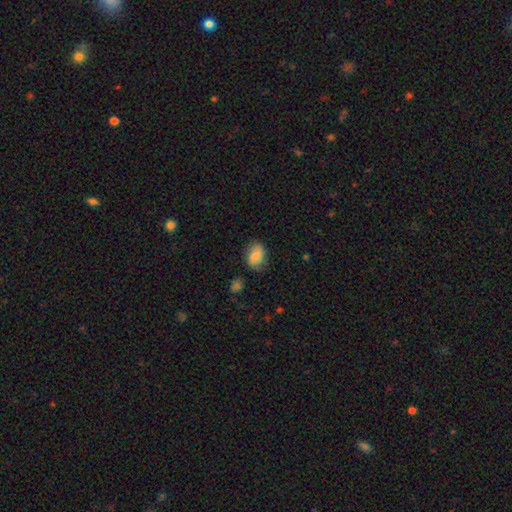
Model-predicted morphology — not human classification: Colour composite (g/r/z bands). It shows a smooth galaxy with no disk features (79%) that is in between round and cigar-shaped (75%). Merging: none (73%).